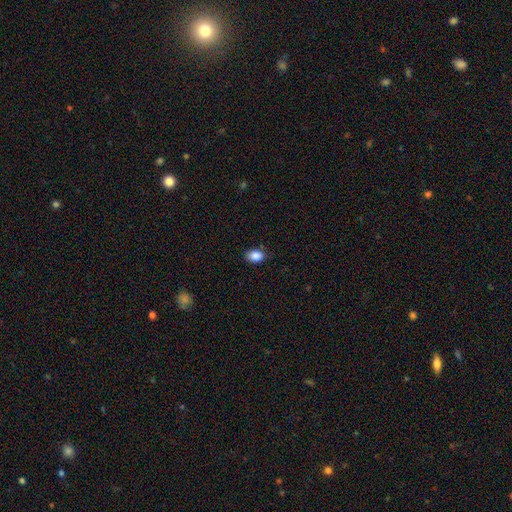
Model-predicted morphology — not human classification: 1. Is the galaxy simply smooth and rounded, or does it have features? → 88% smooth, 9% star or artifact, 4% featured or disk.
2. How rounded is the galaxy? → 81% in between, 18% round, 1% cigar-shaped.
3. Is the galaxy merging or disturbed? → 81% none, 15% minor disturbance, 3% major disturbance, 1% merger.